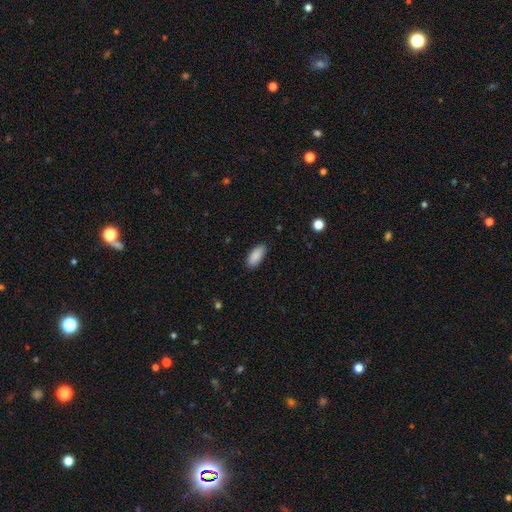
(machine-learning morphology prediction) Q: Smooth or featured?
A: smooth (90%); runner-up: star or artifact (6%)
Q: How rounded?
A: in between (88%); runner-up: cigar-shaped (10%)
Q: Merging?
A: none (87%); runner-up: minor disturbance (10%)